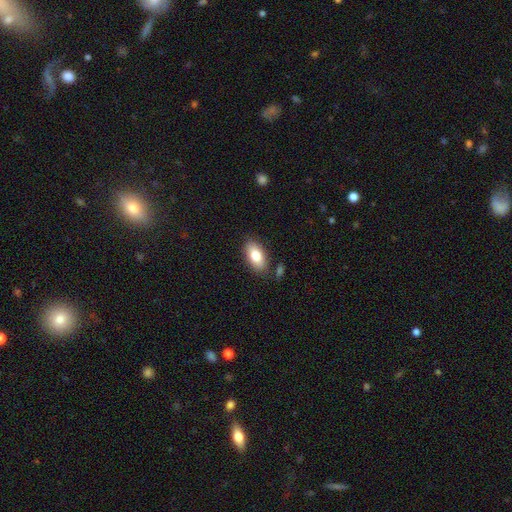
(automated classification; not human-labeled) This is clearly a smooth galaxy (81%). How rounded: clearly in between (92%). Merging: clearly none (82%).